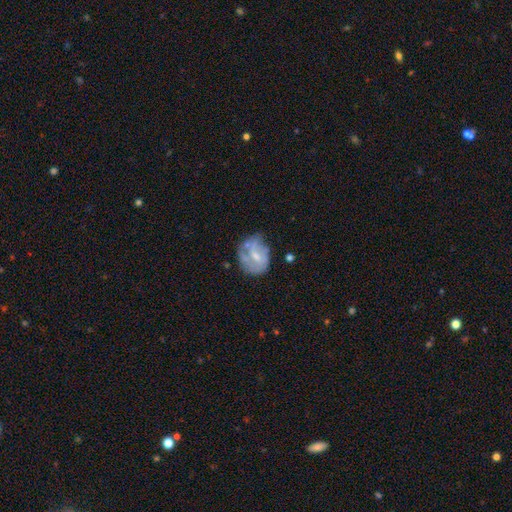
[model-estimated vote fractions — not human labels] A featured or disk galaxy (55%) with no bar (50%), no spiral arms (54%) and a small central bulge (51%). Merging: none (43%).